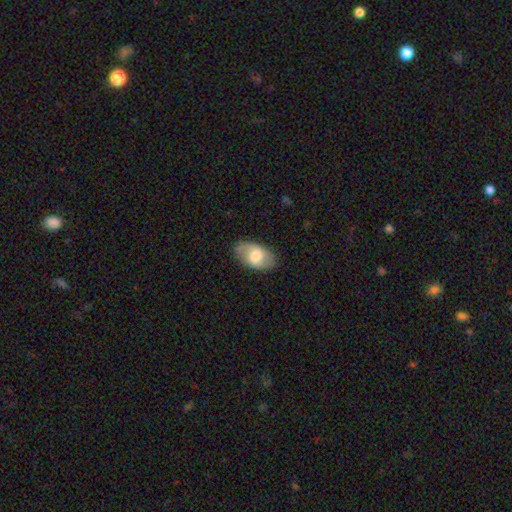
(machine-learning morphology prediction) Smooth or featured? Predicted: smooth (p=0.62). How rounded? Predicted: in between (p=0.92). Merging? Predicted: none (p=0.81).